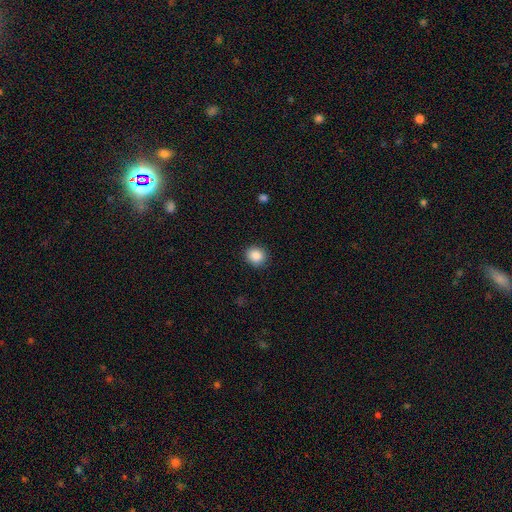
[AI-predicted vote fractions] smooth_or_featured: smooth (p=0.88) [alt: star or artifact p=0.09]
how_rounded: round (p=0.78) [alt: in between p=0.21]
merging: none (p=0.89) [alt: minor disturbance p=0.08]